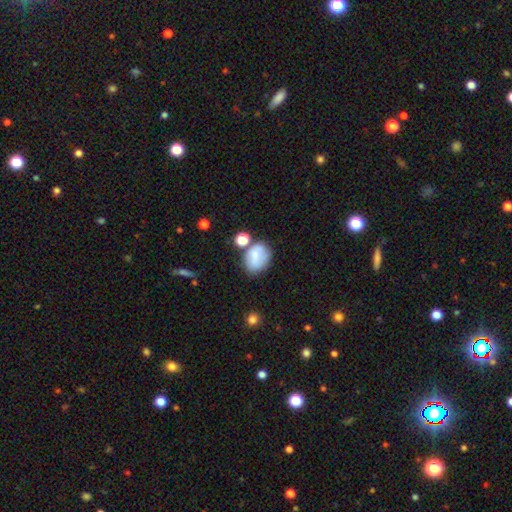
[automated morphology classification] Overall: smooth (75%). How rounded: in between (64%; round 35%). Merging: none (54%; minor disturbance 21%).